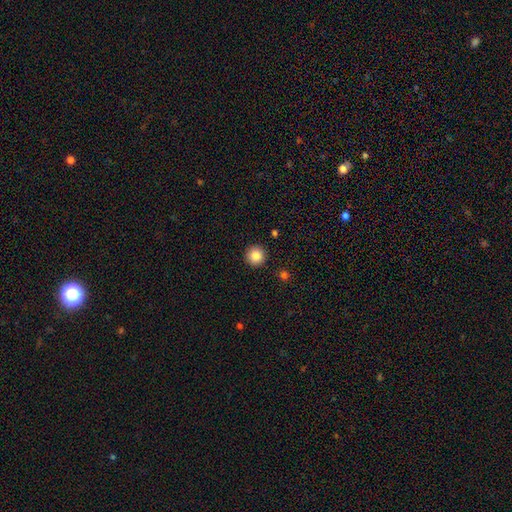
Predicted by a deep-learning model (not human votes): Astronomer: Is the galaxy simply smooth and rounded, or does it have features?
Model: smooth — 84%.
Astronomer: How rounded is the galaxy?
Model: round — 96%.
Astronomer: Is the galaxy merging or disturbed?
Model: none — 92%.